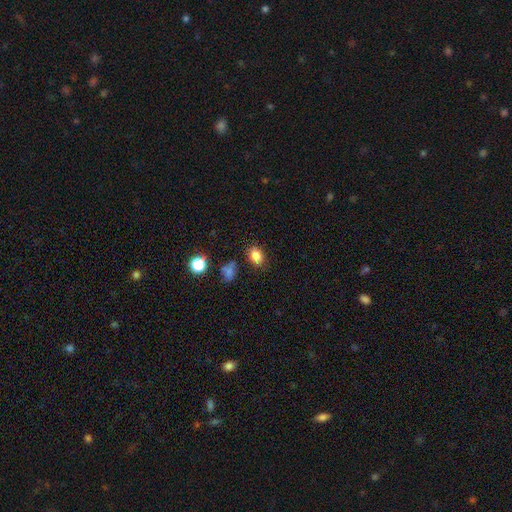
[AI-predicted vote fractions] Smooth or featured? smooth (82%)
How rounded? in between (73%)
Merging? none (77%)